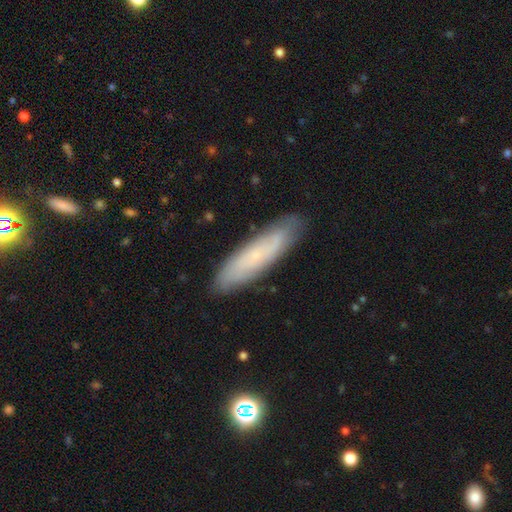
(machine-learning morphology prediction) This appears to be a smooth galaxy with no disk features (53%) that is cigar-shaped (73%). Merging: none (84%).